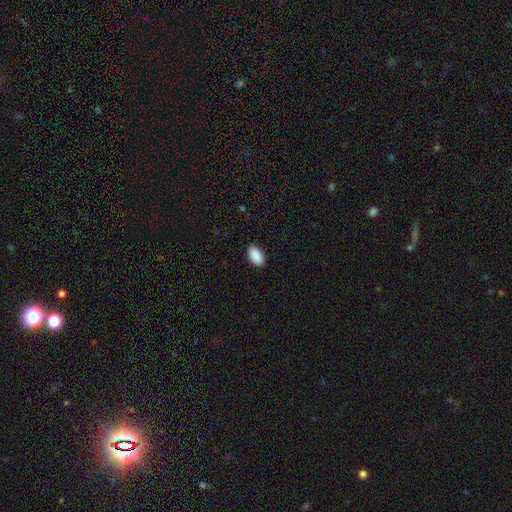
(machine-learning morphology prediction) A smooth galaxy with no disk features (91%) that is in between round and cigar-shaped (94%). Merging: none (90%).